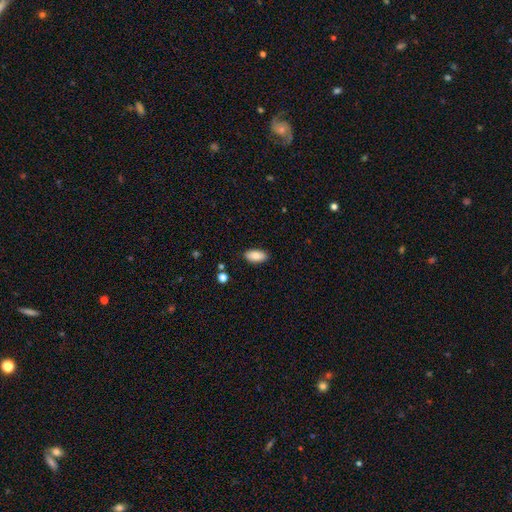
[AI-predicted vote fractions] smooth-or-featured: smooth: 84% | featured or disk: 9% | star or artifact: 7%
  how-rounded: in between: 92% | cigar-shaped: 6% | round: 2%
  merging: none: 88% | minor disturbance: 9% | major disturbance: 2% | merger: 1%